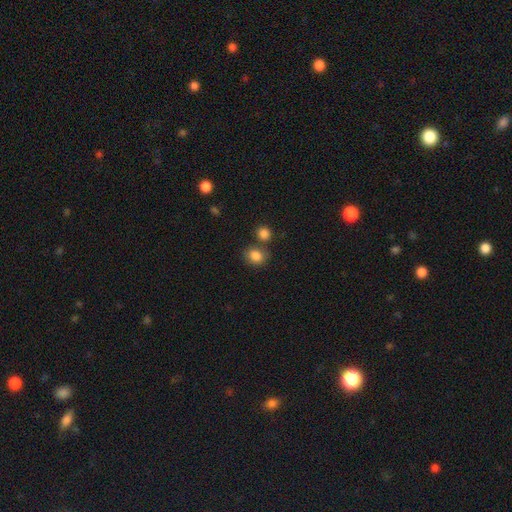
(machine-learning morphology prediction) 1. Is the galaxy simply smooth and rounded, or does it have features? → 84% smooth, 10% star or artifact, 6% featured or disk.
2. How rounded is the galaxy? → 63% round, 36% in between, 1% cigar-shaped.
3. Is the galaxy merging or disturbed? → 66% none, 18% merger, 12% minor disturbance, 4% major disturbance.